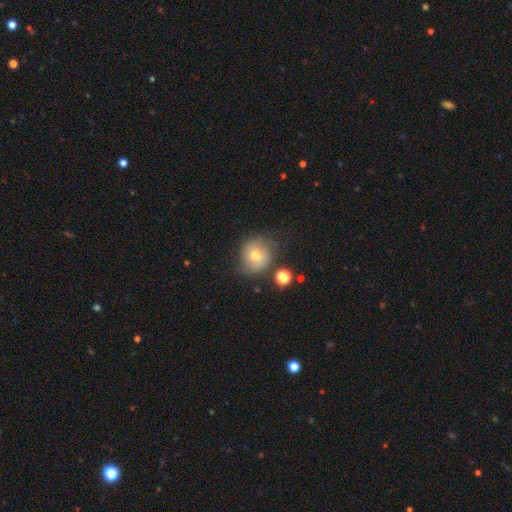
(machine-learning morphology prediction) A smooth galaxy with no disk features (64%) that is round (83%).

Vote fractions:
- Smooth or featured? smooth: 64% / featured or disk: 23% / star or artifact: 13%
- How rounded? round: 83% / in between: 16% / cigar-shaped: 1%
- Merging? none: 67% / minor disturbance: 20% / major disturbance: 7% / merger: 6%